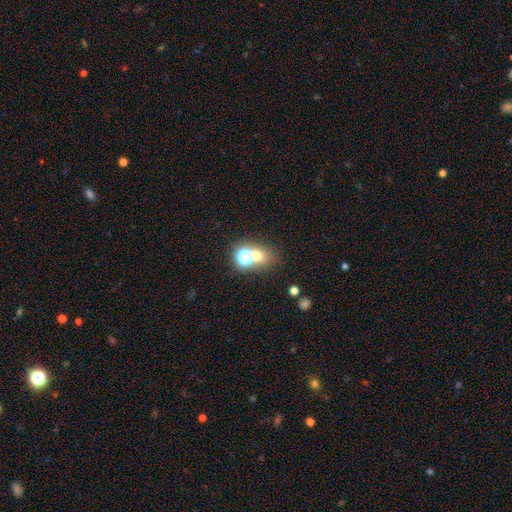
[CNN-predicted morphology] A smooth galaxy with no disk features (59%) that is round (66%).

Vote fractions:
- Smooth or featured? smooth: 59% / star or artifact: 29% / featured or disk: 12%
- How rounded? round: 66% / in between: 32% / cigar-shaped: 1%
- Merging? none: 55% / merger: 32% / minor disturbance: 8% / major disturbance: 5%